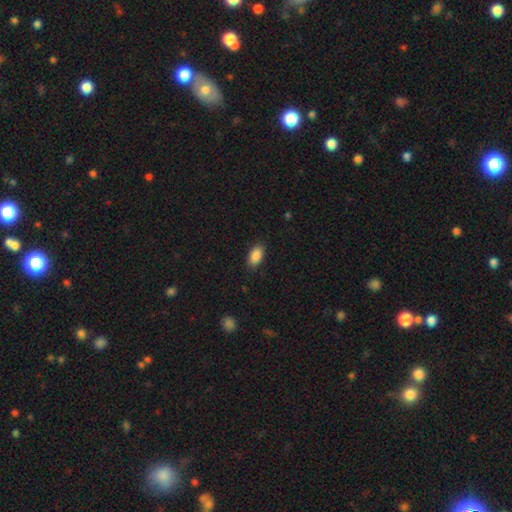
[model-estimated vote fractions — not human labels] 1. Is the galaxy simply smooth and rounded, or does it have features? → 87% smooth, 7% star or artifact, 5% featured or disk.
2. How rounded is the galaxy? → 92% in between, 5% round, 3% cigar-shaped.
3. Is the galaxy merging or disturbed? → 86% none, 10% minor disturbance, 2% major disturbance, 1% merger.